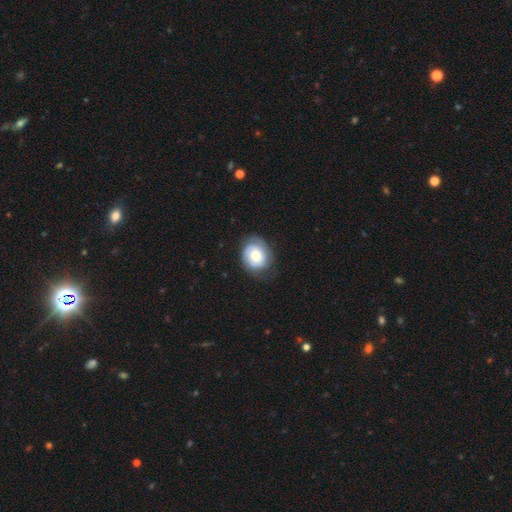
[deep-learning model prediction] This is possibly a smooth galaxy (53%). How rounded: likely round (66%). Merging: likely none (68%).